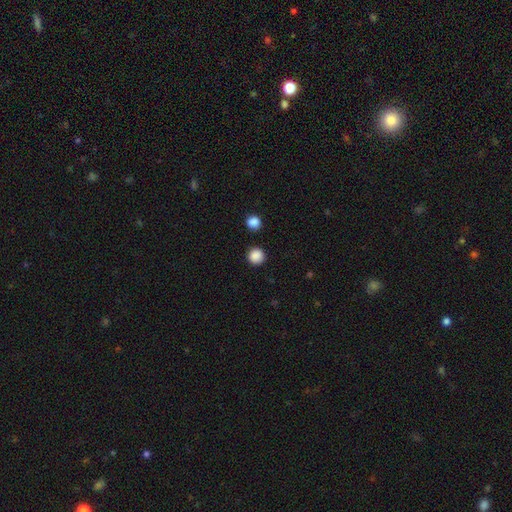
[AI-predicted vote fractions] A smooth galaxy with no disk features (87%) that is round (94%).

Vote fractions:
- Smooth or featured? smooth: 87% / star or artifact: 10% / featured or disk: 3%
- How rounded? round: 94% / in between: 5% / cigar-shaped: 1%
- Merging? none: 88% / minor disturbance: 6% / merger: 3% / major disturbance: 2%